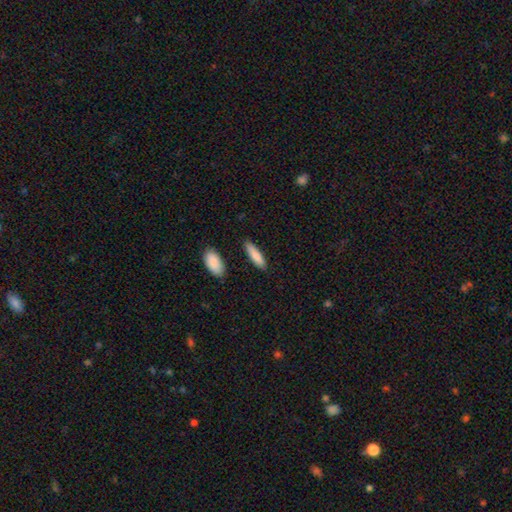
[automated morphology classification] Smooth or featured? smooth (84%)
How rounded? cigar-shaped (64%)
Merging? none (84%)